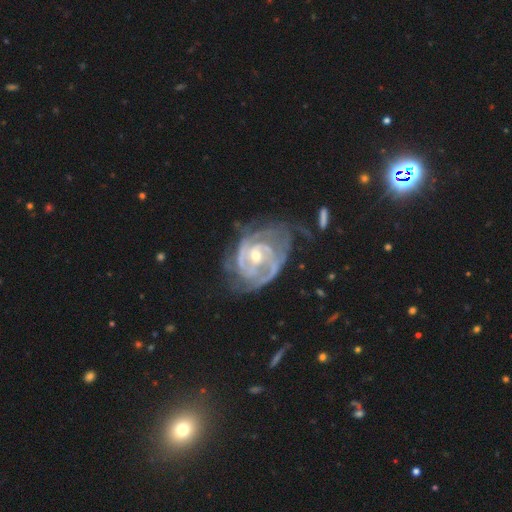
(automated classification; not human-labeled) Overall: featured or disk (91%). Edge-on disk: no (97%). Bar: no (49%; weak 38%). Spiral arms: yes (96%). Spiral arm count: 2 (37%; 3 23%). Spiral winding: tight (62%; medium 31%). Bulge size: moderate (54%; small 43%). Merging: none (52%; minor disturbance 25%).